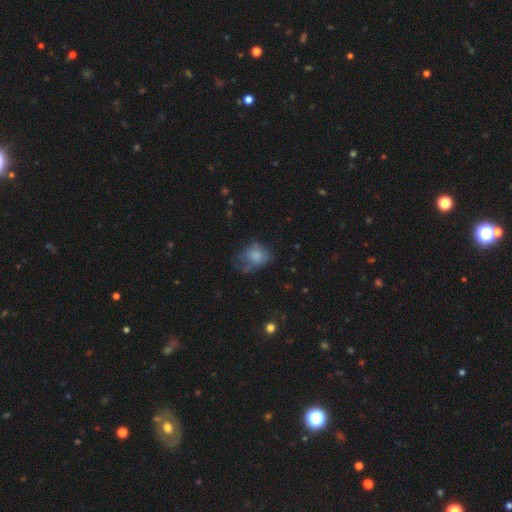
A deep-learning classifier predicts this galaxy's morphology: Overall: smooth (68%). How rounded: in between (56%; round 43%). Merging: none (34%; major disturbance 32%).